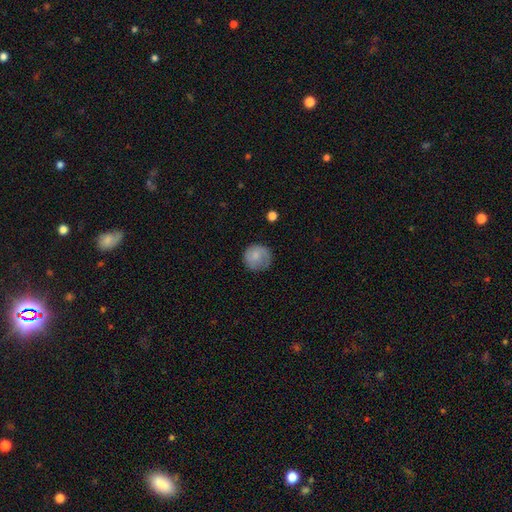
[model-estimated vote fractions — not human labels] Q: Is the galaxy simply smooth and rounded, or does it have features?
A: smooth — 75%.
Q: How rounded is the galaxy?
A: round — 90%.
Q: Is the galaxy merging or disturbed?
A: none — 74%.